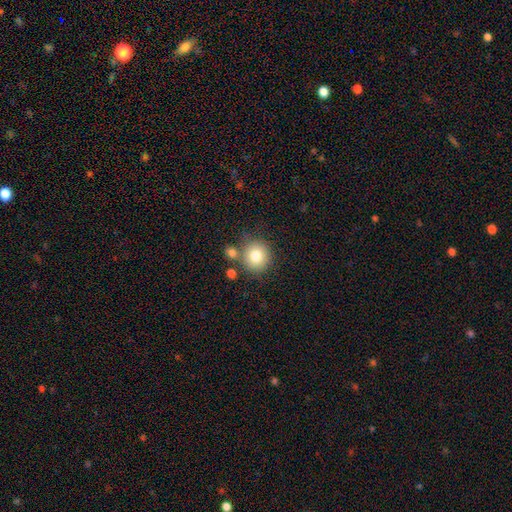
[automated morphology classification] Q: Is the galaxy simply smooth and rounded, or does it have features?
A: smooth — 80%.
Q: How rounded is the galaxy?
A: round — 89%.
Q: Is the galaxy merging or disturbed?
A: none — 73%.